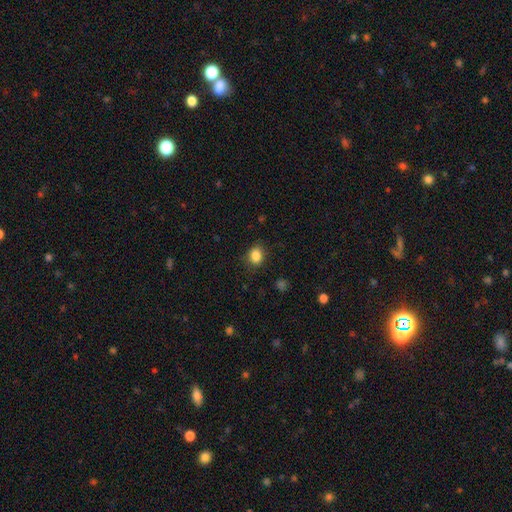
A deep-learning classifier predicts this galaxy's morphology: Smooth or featured: smooth — 85% (star or artifact — 10%)
How rounded: round — 52% (in between — 47%)
Merging: none — 83% (minor disturbance — 12%)